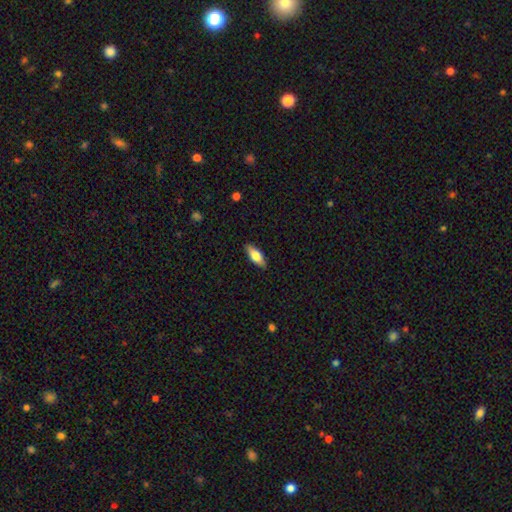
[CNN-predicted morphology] type=smooth (69%); roundness=in between (70%); merging=none (88%).